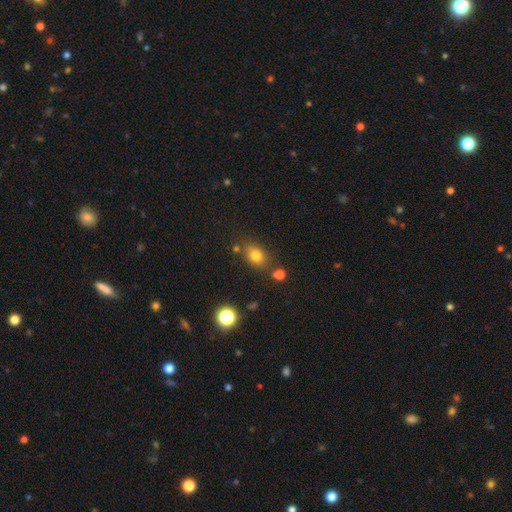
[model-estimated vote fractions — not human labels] Q: Smooth or featured?
A: smooth (77%); runner-up: star or artifact (14%)
Q: How rounded?
A: in between (62%); runner-up: round (37%)
Q: Merging?
A: none (71%); runner-up: minor disturbance (15%)